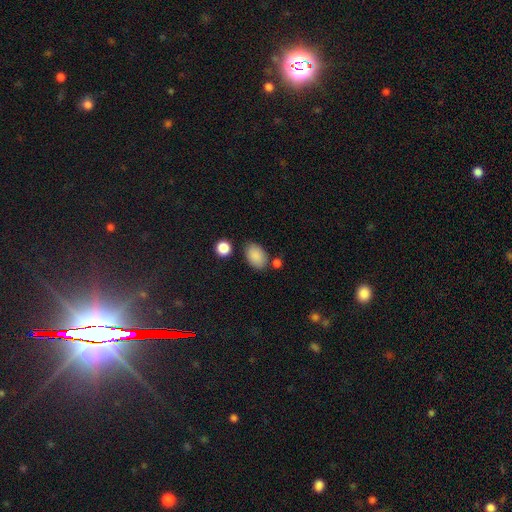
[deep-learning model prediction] This is clearly a smooth galaxy (87%). How rounded: clearly in between (88%). Merging: likely none (76%).